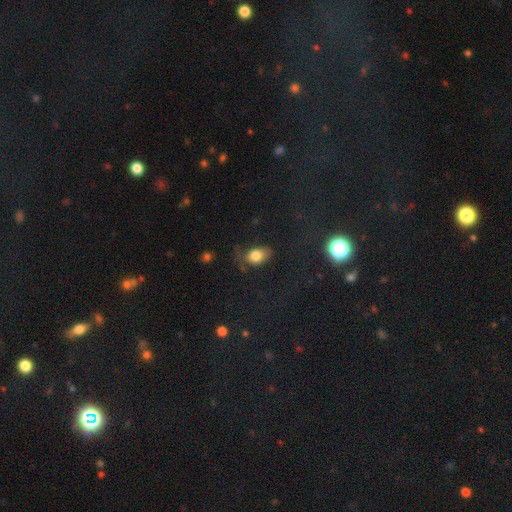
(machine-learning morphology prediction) This is likely a smooth galaxy (79%). How rounded: likely in between (75%). Merging: possibly none (50%).